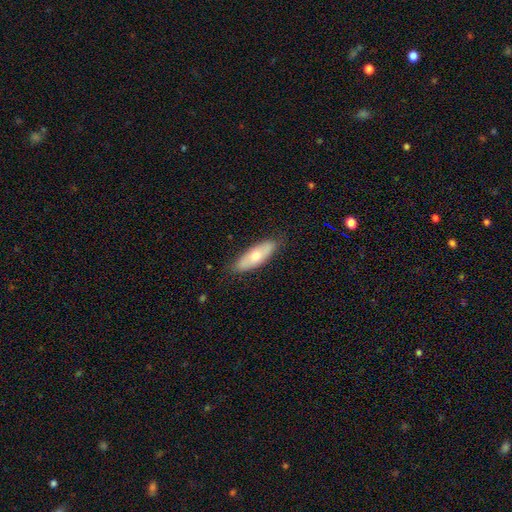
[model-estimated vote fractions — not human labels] A smooth galaxy with no disk features (60%) that is in between round and cigar-shaped (68%). Merging: none (84%).